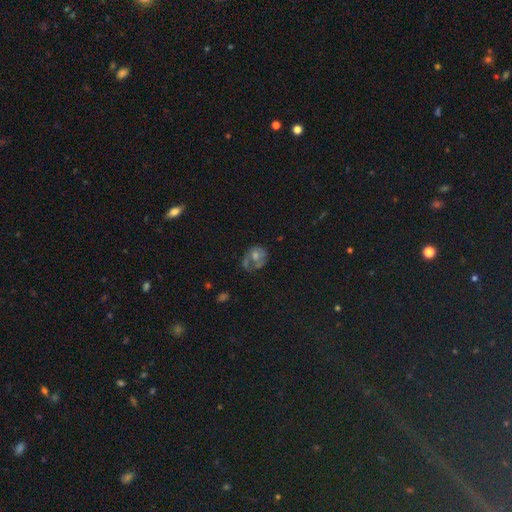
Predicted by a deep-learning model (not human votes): This is possibly a featured or disk galaxy (46%). Merging: marginally none (44%).